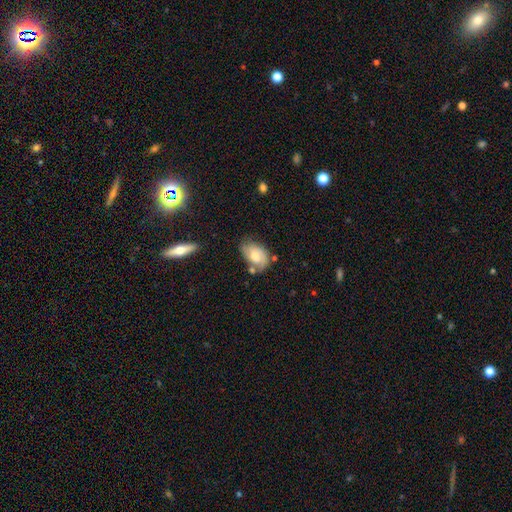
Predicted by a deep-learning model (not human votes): Morphology: type=featured or disk (49%); merging=none (53%).